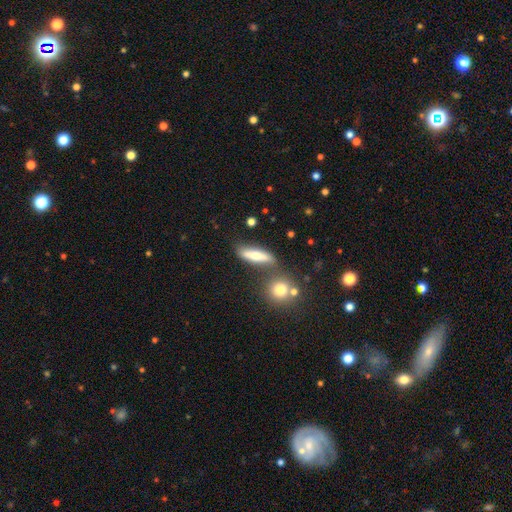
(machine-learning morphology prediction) This is likely a smooth galaxy (62%). How rounded: possibly cigar-shaped (55%). Merging: likely none (68%).